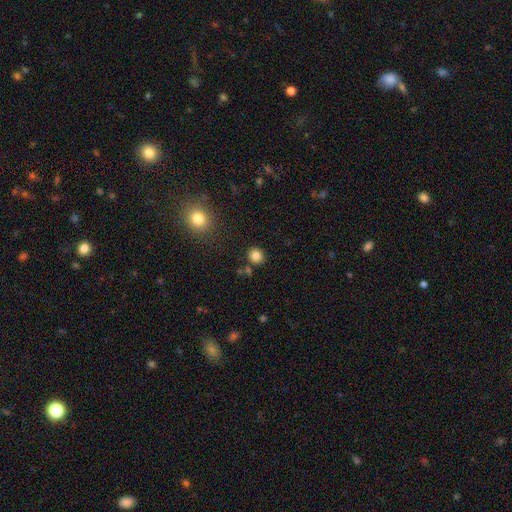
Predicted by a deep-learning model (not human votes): Smooth or featured: smooth — 83% (star or artifact — 12%)
How rounded: round — 86% (in between — 13%)
Merging: none — 84% (minor disturbance — 8%)